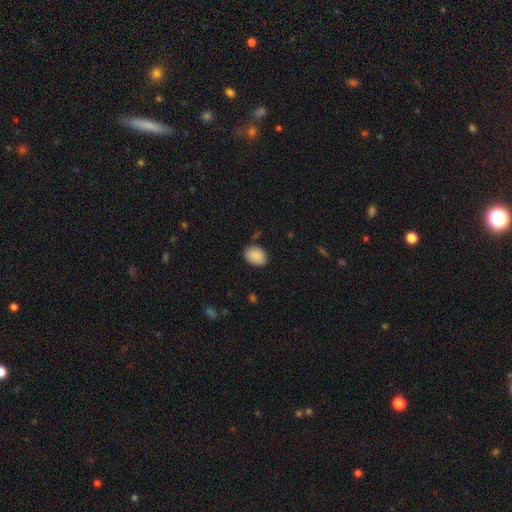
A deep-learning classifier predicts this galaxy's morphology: smooth_or_featured: smooth (p=0.89) [alt: star or artifact p=0.07]
how_rounded: in between (p=0.74) [alt: round p=0.25]
merging: none (p=0.82) [alt: minor disturbance p=0.13]